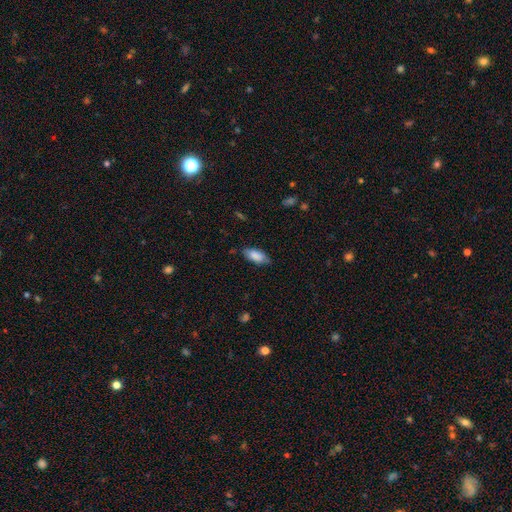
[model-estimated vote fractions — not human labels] Smooth or featured? smooth (84%)
How rounded? in between (84%)
Merging? none (76%)